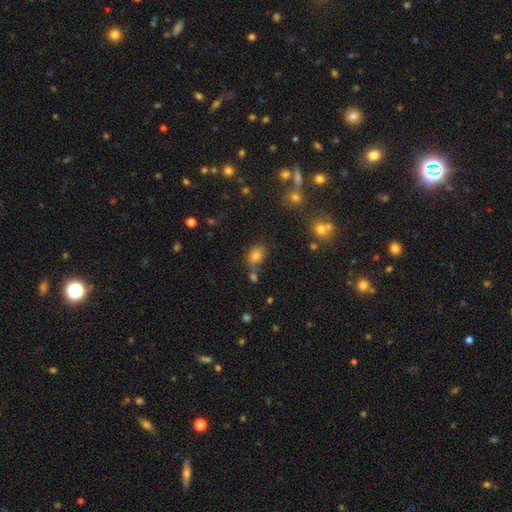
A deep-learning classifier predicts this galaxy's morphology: A smooth galaxy with no disk features (79%) that is in between round and cigar-shaped (70%).

Vote fractions:
- Smooth or featured? smooth: 79% / star or artifact: 13% / featured or disk: 8%
- How rounded? in between: 70% / round: 29% / cigar-shaped: 1%
- Merging? none: 66% / minor disturbance: 15% / merger: 14% / major disturbance: 5%